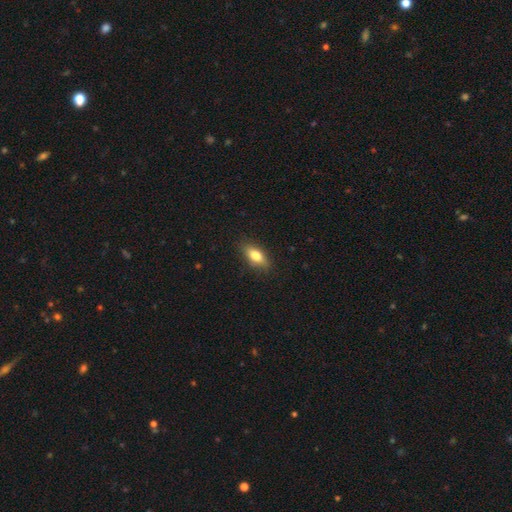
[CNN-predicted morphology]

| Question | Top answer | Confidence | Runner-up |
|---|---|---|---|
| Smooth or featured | smooth | 78% | featured or disk (15%) |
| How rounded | in between | 80% | cigar-shaped (15%) |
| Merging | none | 84% | minor disturbance (12%) |